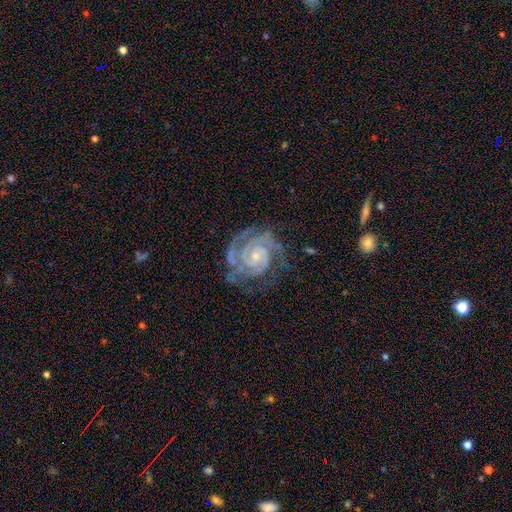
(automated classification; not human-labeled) The model was most divided on "spiral arm count": 2: 45%, 3: 28%, can't tell: 9%, 4: 9%, more than 4: 5%, 1: 4%. More confident: spiral arms — yes (99%); edge-on disk — no (98%); smooth or featured — featured or disk (92%); spiral winding — tight (78%); bulge size — small (72%); merging — none (71%); bar — no (68%).